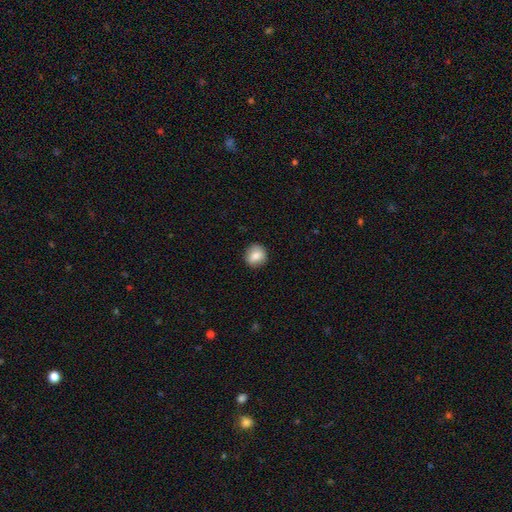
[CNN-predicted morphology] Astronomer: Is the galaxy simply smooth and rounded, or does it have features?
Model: smooth — 83%.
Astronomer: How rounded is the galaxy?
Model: round — 83%.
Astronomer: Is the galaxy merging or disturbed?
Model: none — 88%.